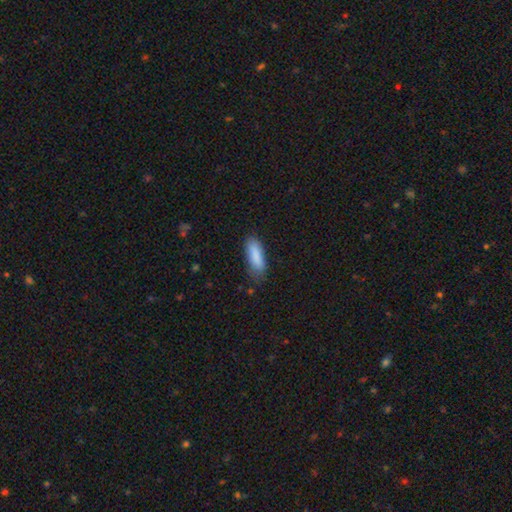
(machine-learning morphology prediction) smooth_or_featured: smooth (p=0.87) [alt: star or artifact p=0.06]
how_rounded: in between (p=0.58) [alt: cigar-shaped p=0.40]
merging: none (p=0.71) [alt: minor disturbance p=0.22]